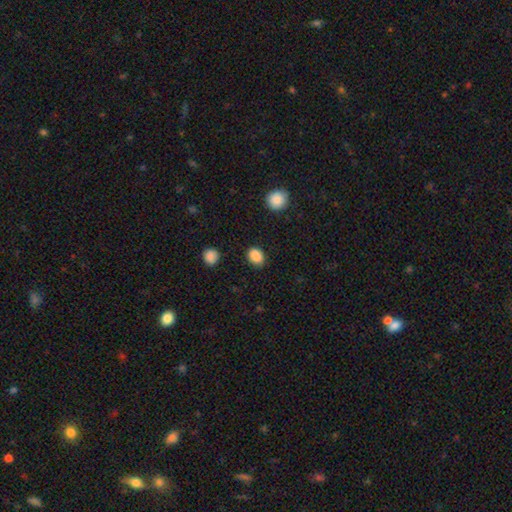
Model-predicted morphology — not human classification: Smooth or featured? smooth (88%)
How rounded? in between (67%)
Merging? none (86%)